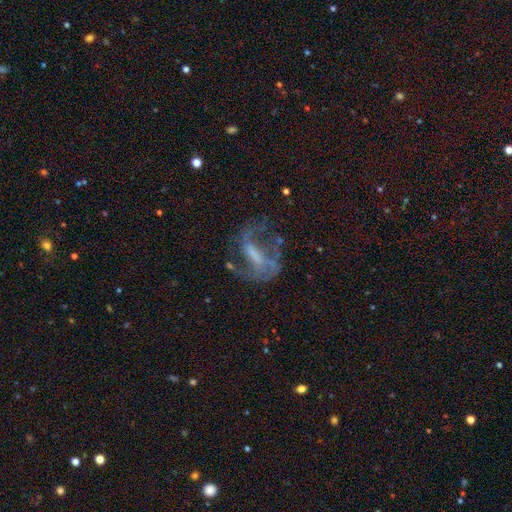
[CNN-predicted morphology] This appears to be a featured or disk galaxy (78%) with a strong bar (44%), 2 (73%) medium (45%) spiral arms (83%) and no central bulge (39%). Merging: none (47%).